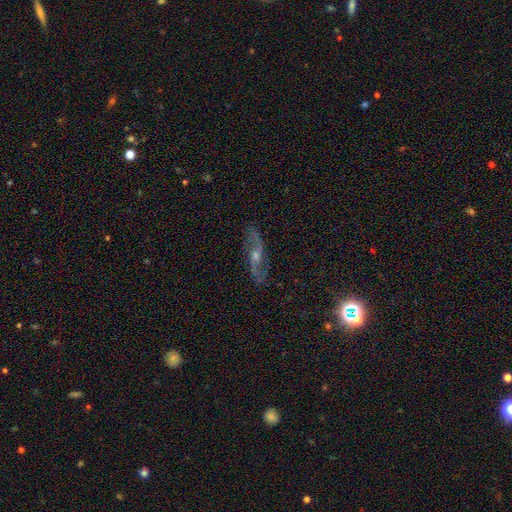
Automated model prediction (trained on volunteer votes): Overall: featured or disk (80%). Edge-on disk: no (83%). Bar: no (47%; weak 39%). Spiral arms: yes (93%). Spiral arm count: 2 (91%). Spiral winding: loose (62%; medium 29%). Bulge size: moderate (55%; small 38%). Merging: none (82%).